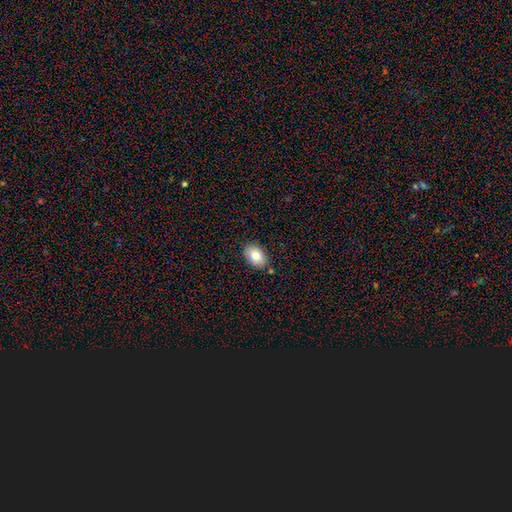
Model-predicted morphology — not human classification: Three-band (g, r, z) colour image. It shows a smooth galaxy with no disk features (81%) that is in between round and cigar-shaped (83%). Merging: none (84%).